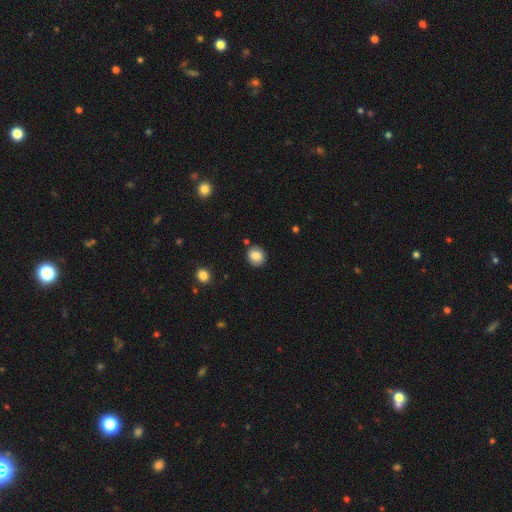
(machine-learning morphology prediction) This is clearly a smooth galaxy (82%). How rounded: likely round (74%). Merging: clearly none (85%).